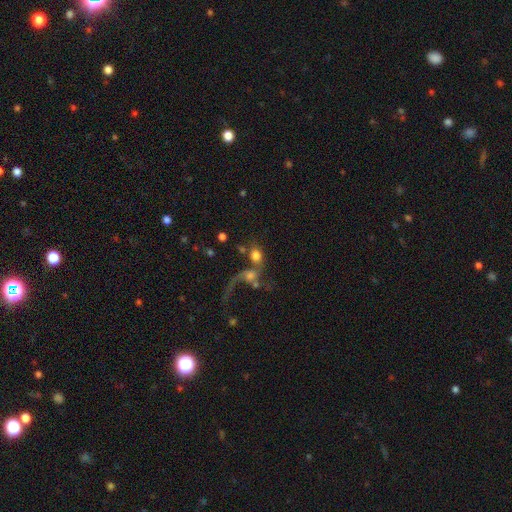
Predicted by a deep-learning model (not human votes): Morphology: type=smooth (60%); roundness=round (59%); merging=merger (58%).